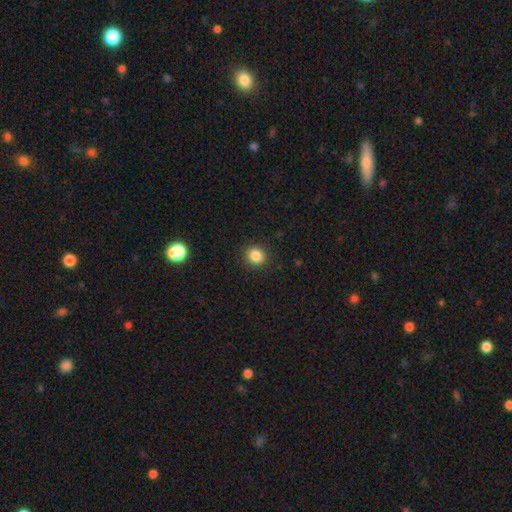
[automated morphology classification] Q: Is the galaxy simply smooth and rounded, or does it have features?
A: smooth — 85%.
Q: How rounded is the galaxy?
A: round — 85%.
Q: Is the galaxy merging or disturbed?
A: none — 91%.